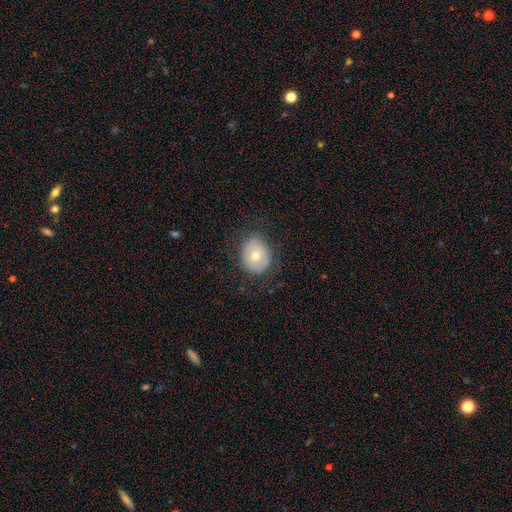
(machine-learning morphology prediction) smooth-or-featured: smooth: 60% | featured or disk: 31% | star or artifact: 9%
  how-rounded: round: 50% | in between: 49% | cigar-shaped: 1%
  merging: none: 71% | minor disturbance: 21% | major disturbance: 7% | merger: 1%